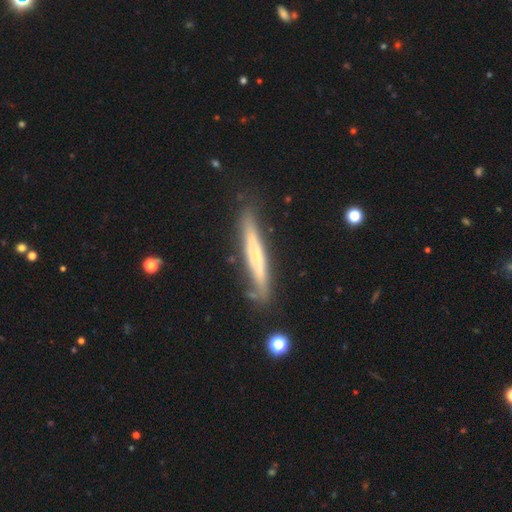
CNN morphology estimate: Smooth or featured: featured or disk — 54% (smooth — 40%)
Edge-on disk: yes — 85% (no — 15%)
Merging: none — 74% (minor disturbance — 18%)